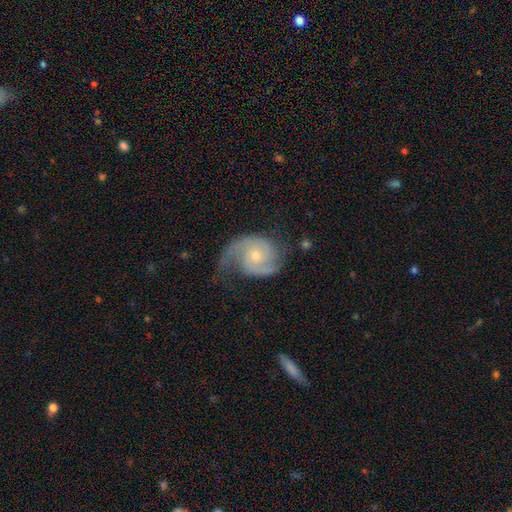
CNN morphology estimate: Smooth or featured: featured or disk — 85% (smooth — 10%)
Edge-on disk: no — 98% (yes — 2%)
Bar: no — 68% (weak — 28%)
Spiral arms: yes — 97% (no — 3%)
Spiral winding: medium — 48% (tight — 29%)
Spiral arm count: 2 — 82% (1 — 7%)
Bulge size: moderate — 50% (small — 45%)
Merging: none — 56% (minor disturbance — 25%)